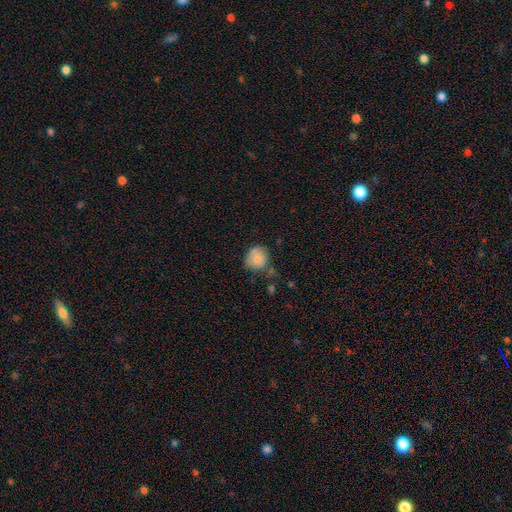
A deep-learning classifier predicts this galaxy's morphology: The model was most divided on "merging": none: 57%, minor disturbance: 29%, major disturbance: 8%, merger: 6%. More confident: smooth or featured — smooth (82%); how rounded — round (77%).